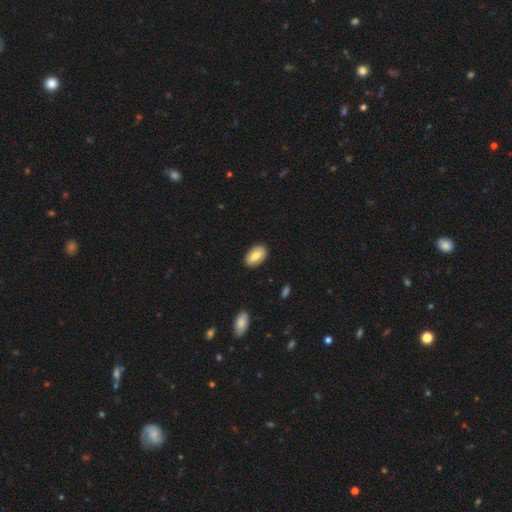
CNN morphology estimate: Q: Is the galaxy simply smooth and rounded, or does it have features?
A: smooth — 77%.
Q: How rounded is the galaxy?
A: in between — 93%.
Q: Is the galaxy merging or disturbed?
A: none — 87%.